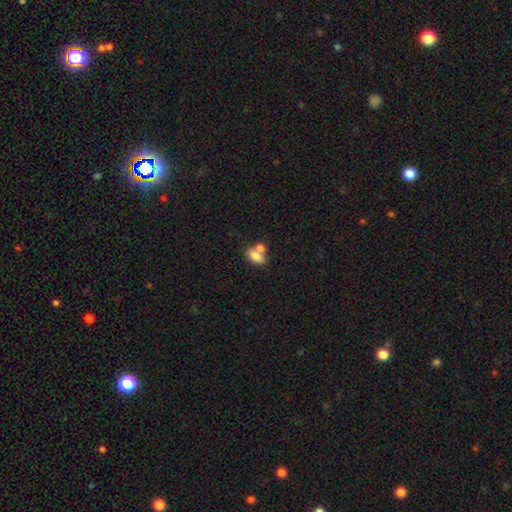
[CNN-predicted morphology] smooth-or-featured: smooth: 78% | featured or disk: 13% | star or artifact: 9%
  how-rounded: in between: 85% | round: 11% | cigar-shaped: 4%
  merging: merger: 46% | none: 39% | minor disturbance: 11% | major disturbance: 4%